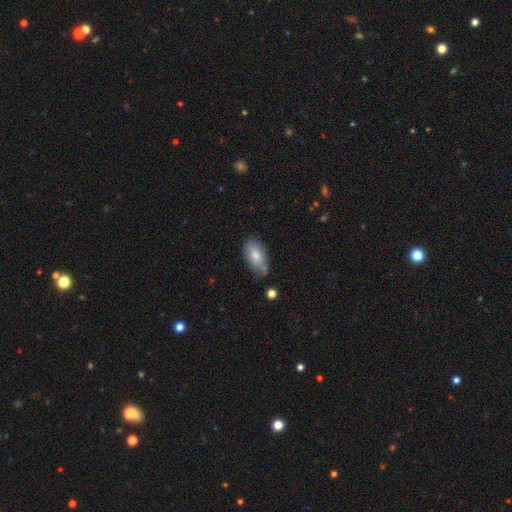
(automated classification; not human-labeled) Smooth or featured?
  - smooth: 77% *
  - featured or disk: 17%
  - star or artifact: 7%
How rounded?
  - in between: 92% *
  - cigar-shaped: 5%
  - round: 4%
Merging?
  - none: 65% *
  - minor disturbance: 25%
  - merger: 5%
  - major disturbance: 5%